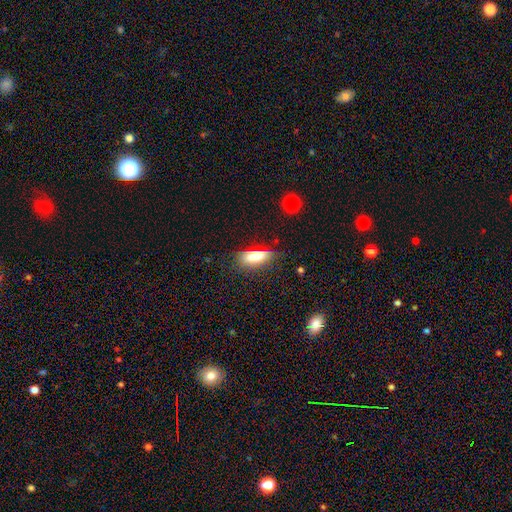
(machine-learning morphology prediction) Overall: smooth (71%). How rounded: in between (77%). Merging: none (69%).